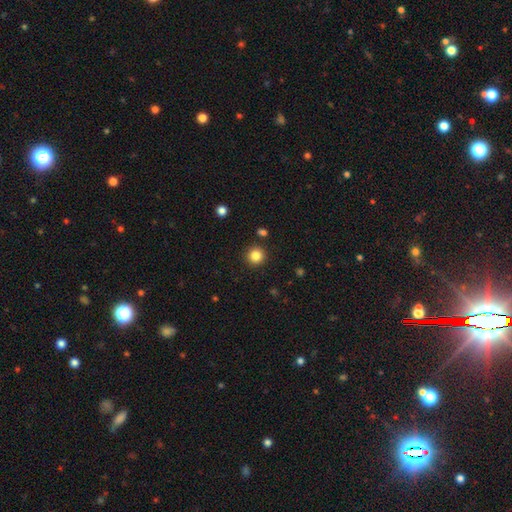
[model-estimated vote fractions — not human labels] The model was most divided on "smooth or featured": smooth: 84%, star or artifact: 11%, featured or disk: 4%. More confident: how rounded — round (94%); merging — none (90%).